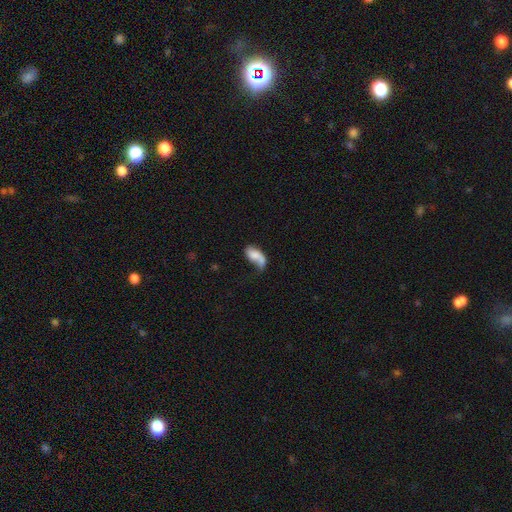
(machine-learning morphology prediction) This is possibly a smooth galaxy (60%). How rounded: clearly in between (88%). Merging: marginally major disturbance (30%).